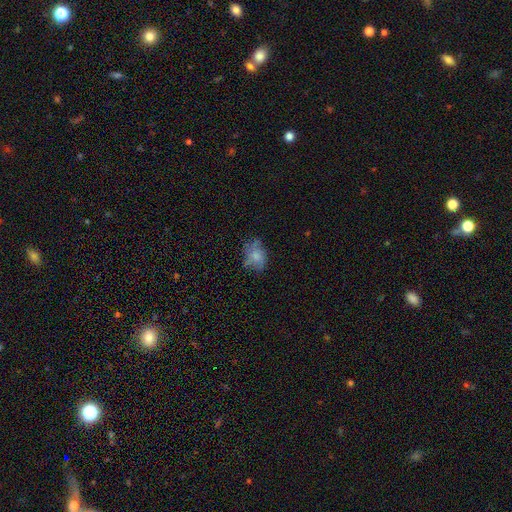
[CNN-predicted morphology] Smooth or featured? Predicted: smooth (p=0.59). How rounded? Predicted: in between (p=0.71). Merging? Predicted: none (p=0.55).